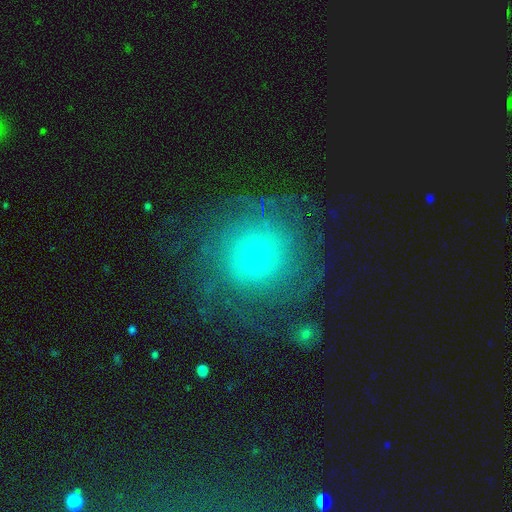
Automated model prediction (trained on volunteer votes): Smooth or featured? Predicted: featured or disk (p=0.53). Edge-on disk? Predicted: no (p=0.96). Bar? Predicted: no (p=0.85). Spiral arms? Predicted: yes (p=0.78). Bulge size? Predicted: small (p=0.69). Merging? Predicted: none (p=0.76).